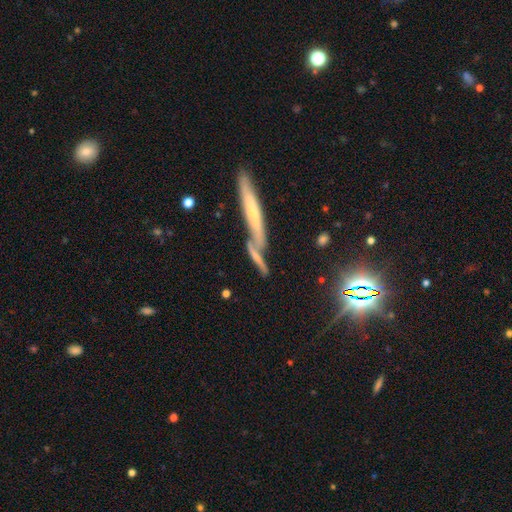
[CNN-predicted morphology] Smooth or featured? Predicted: smooth (p=0.48). Merging? Predicted: merger (p=0.47).